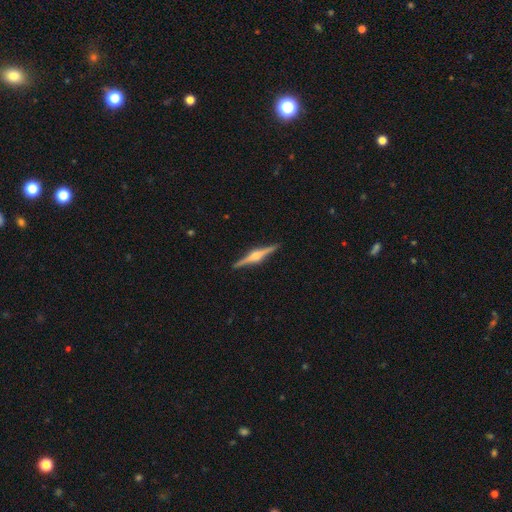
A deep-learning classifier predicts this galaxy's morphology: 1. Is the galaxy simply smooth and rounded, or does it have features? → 83% featured or disk, 12% smooth, 5% star or artifact.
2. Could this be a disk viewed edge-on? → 99% yes, 1% no.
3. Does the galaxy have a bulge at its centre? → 92% rounded, 6% boxy, 2% none.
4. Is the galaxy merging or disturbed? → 92% none, 6% minor disturbance, 1% major disturbance, 1% merger.